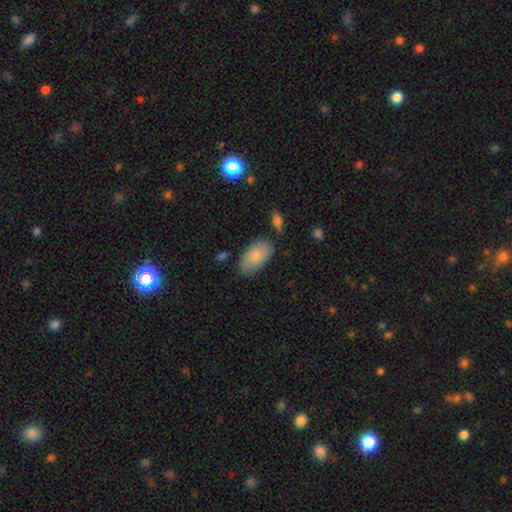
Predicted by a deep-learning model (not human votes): smooth 82%, featured or disk 12%, star or artifact 6%. Down the decision tree: how rounded — in between (95%); merging — none (73%).